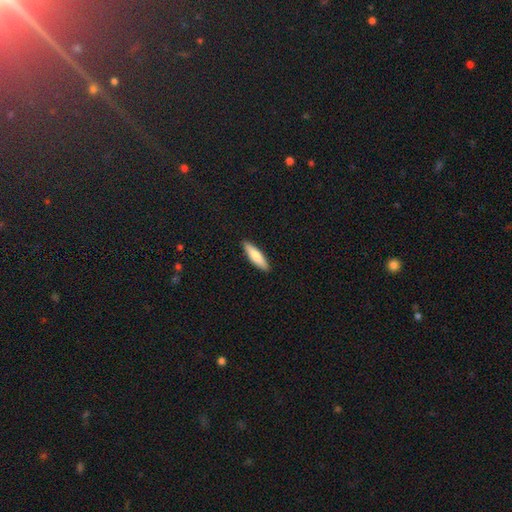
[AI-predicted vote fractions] A smooth galaxy with no disk features (76%) that is cigar-shaped (70%). Merging: none (91%).